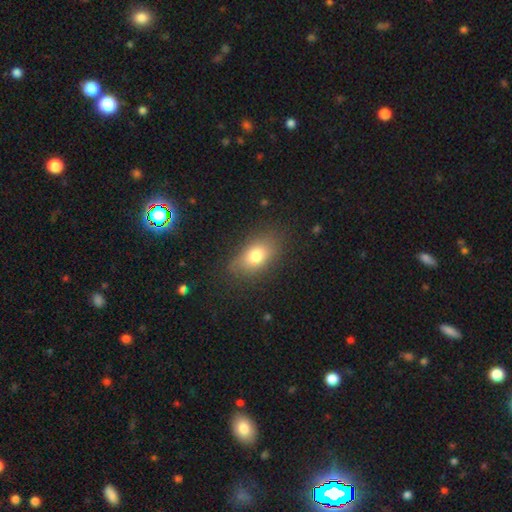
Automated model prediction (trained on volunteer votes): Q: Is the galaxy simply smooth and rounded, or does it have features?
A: smooth — 75%.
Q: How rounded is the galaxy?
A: in between — 83%.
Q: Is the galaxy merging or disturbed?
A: none — 77%.